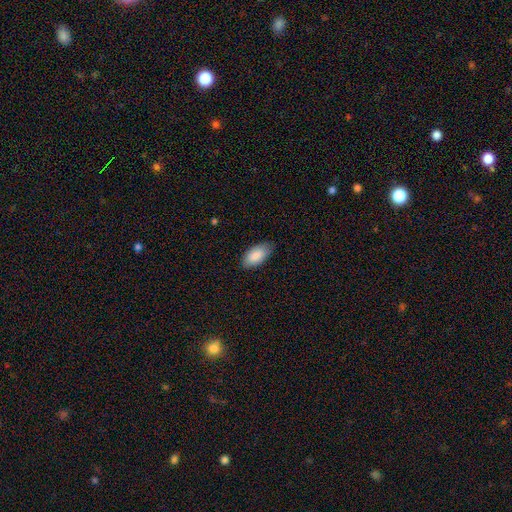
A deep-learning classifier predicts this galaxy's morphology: A smooth galaxy with no disk features (88%) that is in between round and cigar-shaped (94%).

Vote fractions:
- Smooth or featured? smooth: 88% / featured or disk: 7% / star or artifact: 5%
- How rounded? in between: 94% / cigar-shaped: 4% / round: 2%
- Merging? none: 81% / minor disturbance: 15% / major disturbance: 2% / merger: 1%